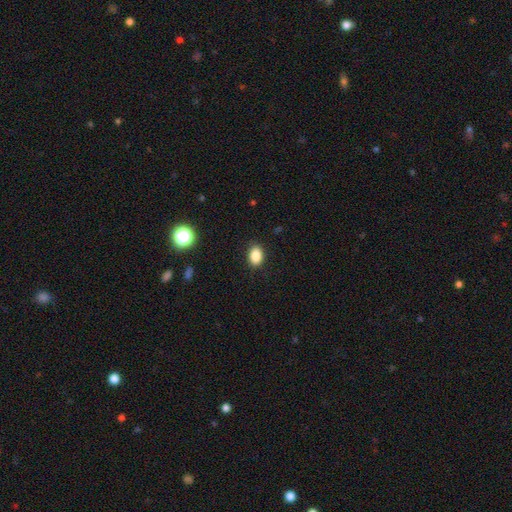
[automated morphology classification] Q: Smooth or featured?
A: smooth (87%); runner-up: star or artifact (10%)
Q: How rounded?
A: in between (82%); runner-up: round (17%)
Q: Merging?
A: none (87%); runner-up: minor disturbance (9%)